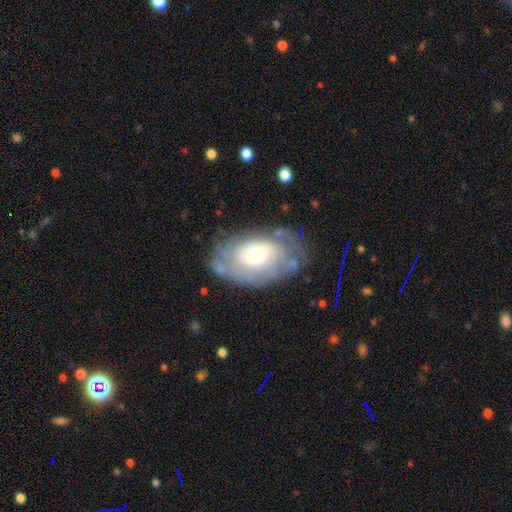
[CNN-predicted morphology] This is likely a featured or disk galaxy (66%). It is clearly not viewed edge-on (94%). Bar: likely no (78%). Spiral arm pattern: likely yes (69%). Central bulge: possibly moderate (56%). Merging: likely none (65%).